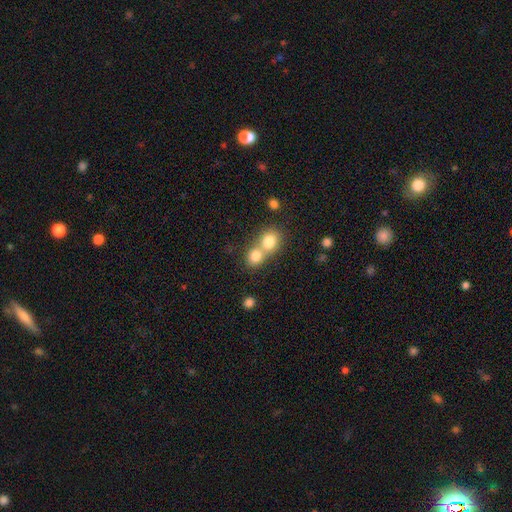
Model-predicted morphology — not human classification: smooth-or-featured: smooth: 79% | star or artifact: 11% | featured or disk: 10%
  how-rounded: round: 77% | in between: 22% | cigar-shaped: 1%
  merging: merger: 60% | none: 33% | minor disturbance: 5% | major disturbance: 2%